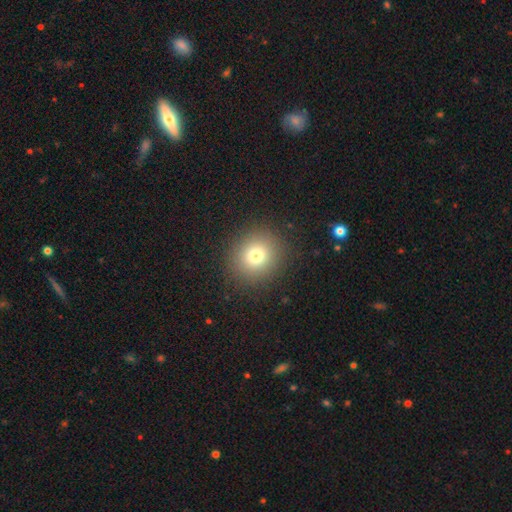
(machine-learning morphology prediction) This appears to be a smooth galaxy with no disk features (76%) that is round (89%). Merging: none (89%).